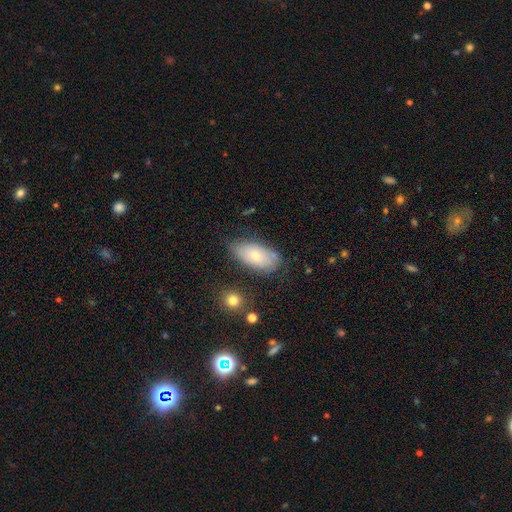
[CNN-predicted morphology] smooth_or_featured: smooth (p=0.70) [alt: featured or disk p=0.23]
how_rounded: in between (p=0.93) [alt: round p=0.04]
merging: none (p=0.67) [alt: minor disturbance p=0.24]